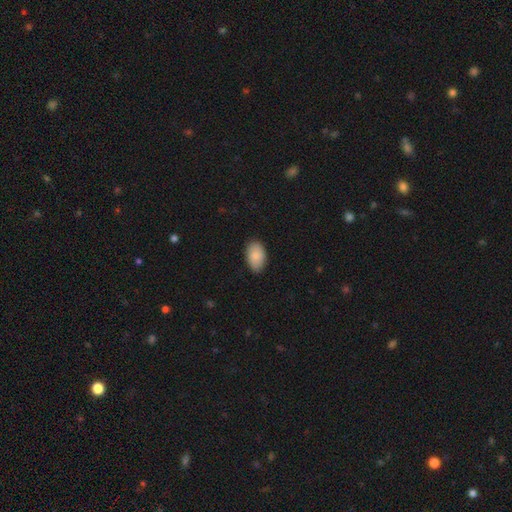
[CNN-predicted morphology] The model was most divided on "merging": none: 84%, minor disturbance: 13%, major disturbance: 2%, merger: 1%. More confident: how rounded — in between (93%); smooth or featured — smooth (86%).